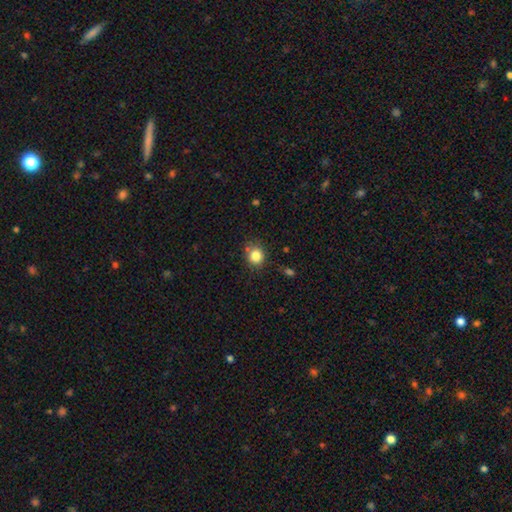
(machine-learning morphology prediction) type=smooth (83%); roundness=round (82%); merging=none (76%).